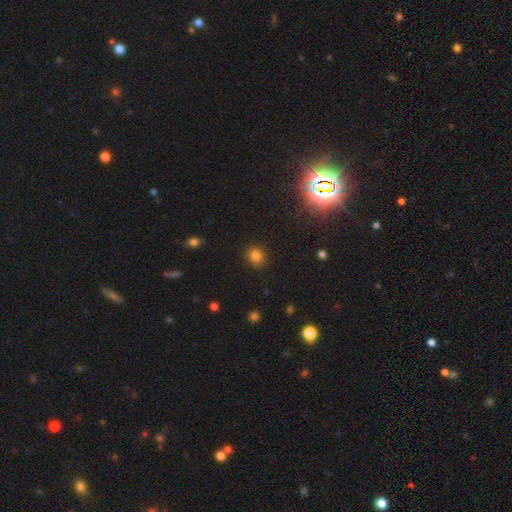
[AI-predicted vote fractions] Q: Smooth or featured?
A: smooth (80%); runner-up: star or artifact (15%)
Q: How rounded?
A: round (79%); runner-up: in between (20%)
Q: Merging?
A: none (88%); runner-up: minor disturbance (8%)